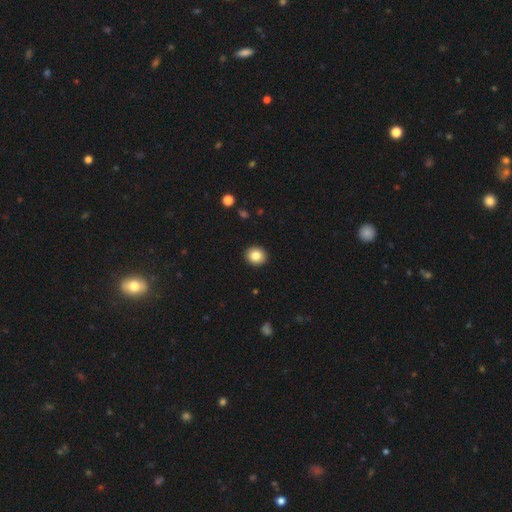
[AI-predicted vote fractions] A smooth galaxy with no disk features (84%) that is round (76%).

Vote fractions:
- Smooth or featured? smooth: 84% / star or artifact: 9% / featured or disk: 7%
- How rounded? round: 76% / in between: 23% / cigar-shaped: 1%
- Merging? none: 92% / minor disturbance: 5% / major disturbance: 2% / merger: 1%